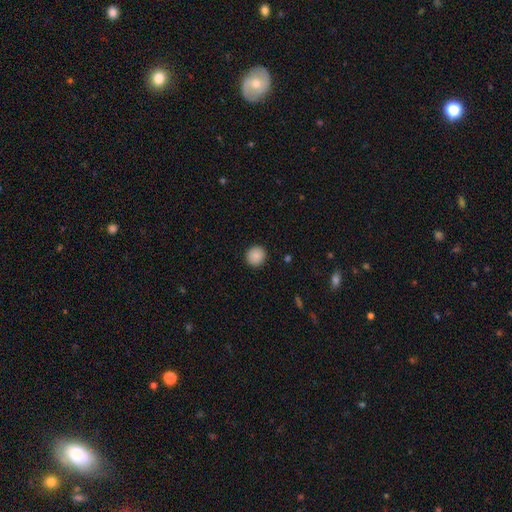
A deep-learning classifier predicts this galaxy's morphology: smooth 88%, star or artifact 9%, featured or disk 3%. Down the decision tree: how rounded — round (92%); merging — none (92%).